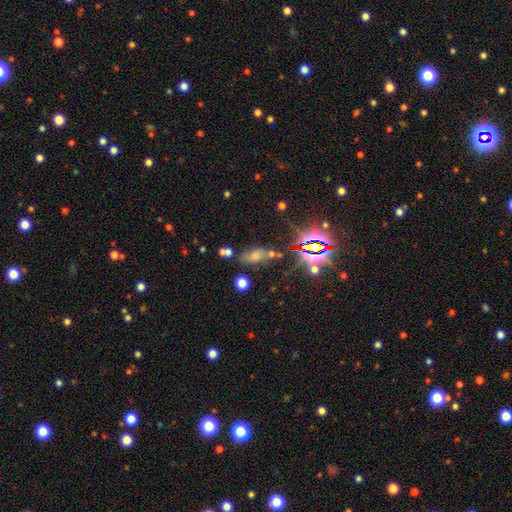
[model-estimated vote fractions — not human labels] Morphology: type=star or artifact (53%).